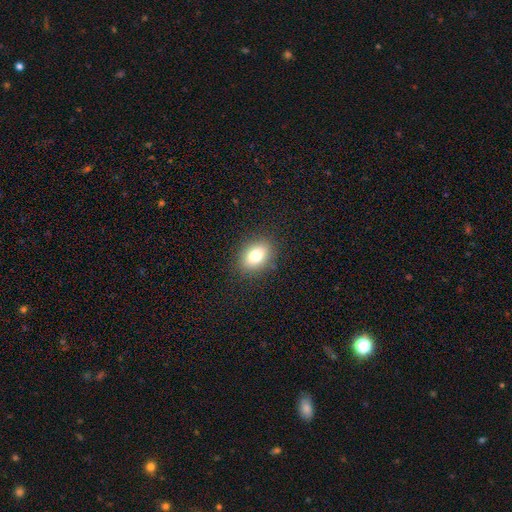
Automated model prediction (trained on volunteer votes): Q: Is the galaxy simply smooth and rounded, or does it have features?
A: smooth — 78%.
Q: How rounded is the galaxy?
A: in between — 78%.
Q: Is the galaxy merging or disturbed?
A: none — 87%.